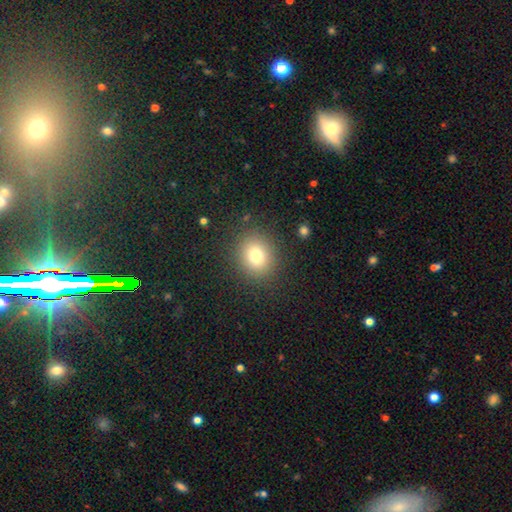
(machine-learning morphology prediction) smooth-or-featured: smooth: 78% | star or artifact: 13% | featured or disk: 9%
  how-rounded: round: 72% | in between: 27% | cigar-shaped: 1%
  merging: none: 87% | minor disturbance: 8% | major disturbance: 4% | merger: 1%